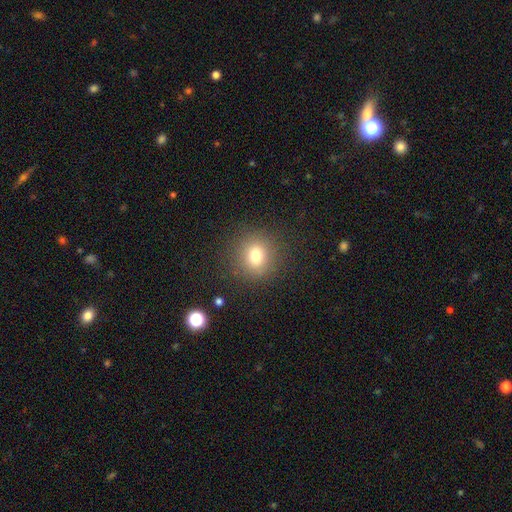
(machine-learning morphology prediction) Smooth or featured: smooth — 77% (star or artifact — 14%)
How rounded: round — 86% (in between — 13%)
Merging: none — 88% (minor disturbance — 7%)